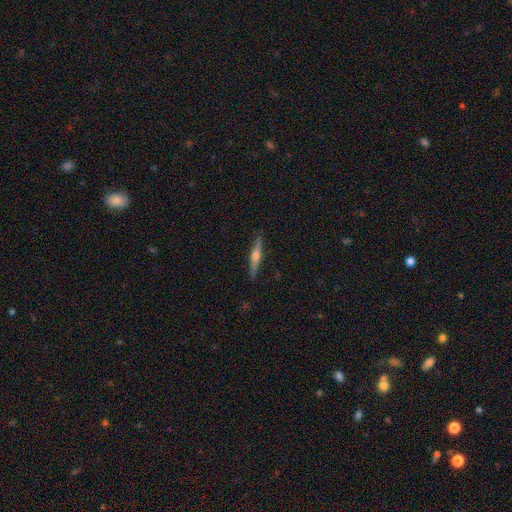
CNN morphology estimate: Smooth or featured? featured or disk (68%)
Edge-on disk? yes (98%)
Edge-on bulge? rounded (89%)
Merging? none (90%)